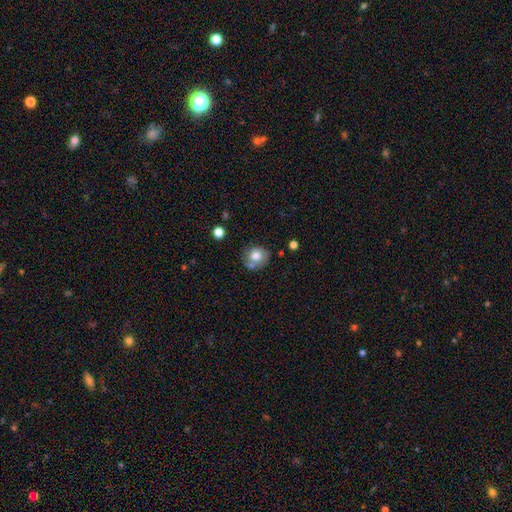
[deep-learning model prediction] A smooth galaxy with no disk features (73%) that is round (79%).

Vote fractions:
- Smooth or featured? smooth: 73% / featured or disk: 18% / star or artifact: 9%
- How rounded? round: 79% / in between: 20% / cigar-shaped: 1%
- Merging? none: 53% / minor disturbance: 20% / merger: 20% / major disturbance: 7%